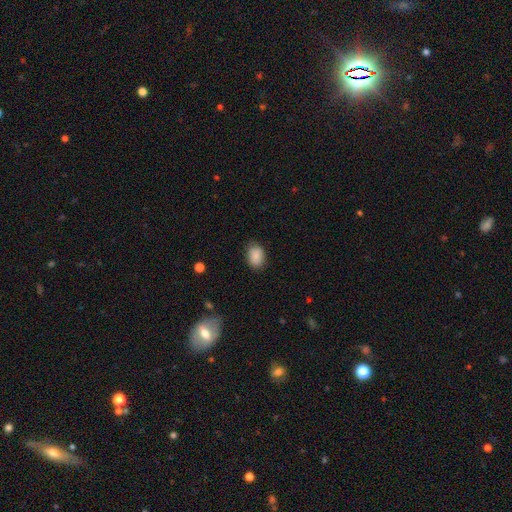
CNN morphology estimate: Smooth or featured: smooth — 87% (star or artifact — 8%)
How rounded: in between — 76% (round — 23%)
Merging: none — 81% (minor disturbance — 14%)